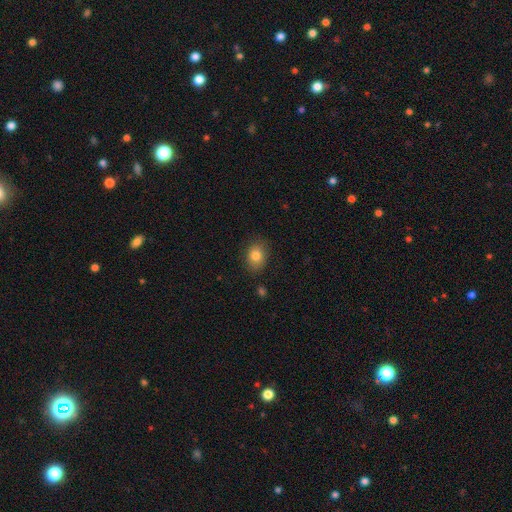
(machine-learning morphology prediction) smooth 82%, star or artifact 9%, featured or disk 9%. Down the decision tree: how rounded — in between (61%); merging — none (80%).